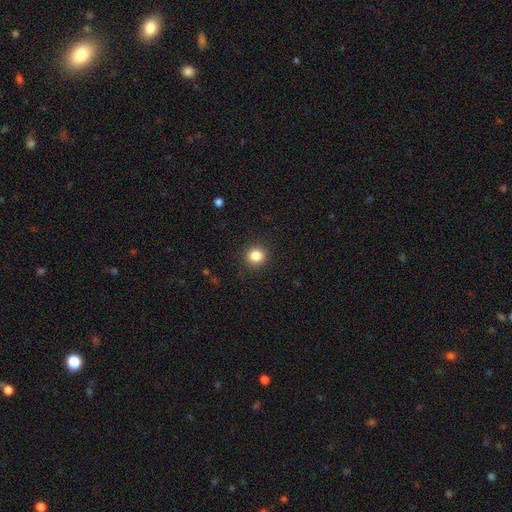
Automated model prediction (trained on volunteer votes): This appears to be a smooth galaxy with no disk features (84%) that is round (89%). Merging: none (90%).